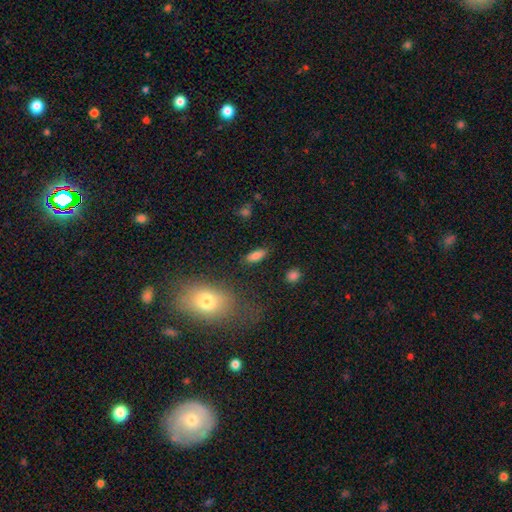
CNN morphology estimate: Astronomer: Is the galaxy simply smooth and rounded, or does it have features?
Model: smooth — 83%.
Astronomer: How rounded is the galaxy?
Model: in between — 76%.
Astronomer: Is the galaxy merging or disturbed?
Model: none — 85%.